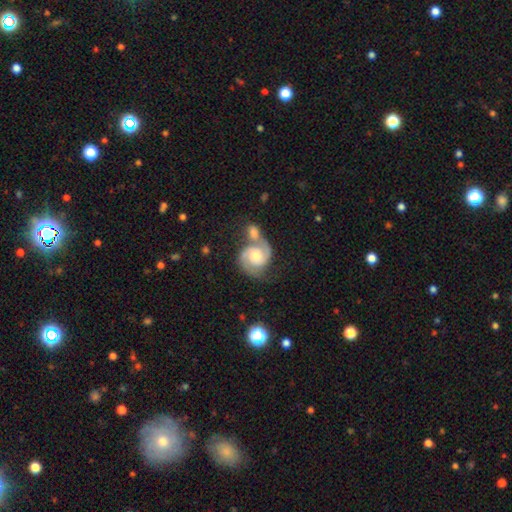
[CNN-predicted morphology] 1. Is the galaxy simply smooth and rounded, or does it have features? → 85% featured or disk, 10% smooth, 5% star or artifact.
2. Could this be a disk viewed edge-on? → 98% no, 2% yes.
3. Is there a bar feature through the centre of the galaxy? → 62% no, 31% weak, 6% strong.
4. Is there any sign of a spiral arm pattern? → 97% yes, 3% no.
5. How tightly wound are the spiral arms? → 52% medium, 35% tight, 12% loose.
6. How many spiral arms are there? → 91% 2, 4% can't tell, 2% 1, 2% 3, 1% 4, 1% more than 4.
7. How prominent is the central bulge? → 64% moderate, 25% small, 7% large, 2% none, 1% dominant.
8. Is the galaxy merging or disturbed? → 42% merger, 36% none, 14% minor disturbance, 8% major disturbance.